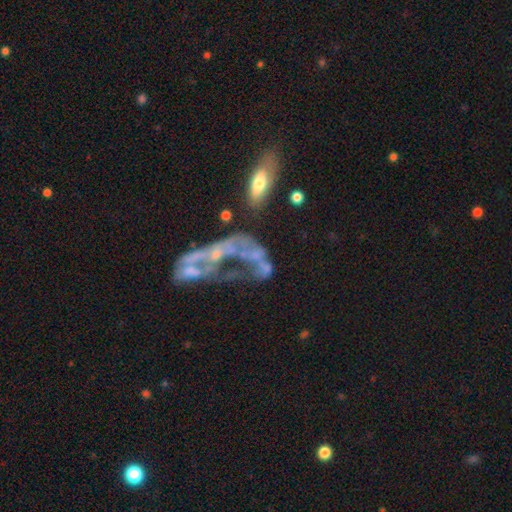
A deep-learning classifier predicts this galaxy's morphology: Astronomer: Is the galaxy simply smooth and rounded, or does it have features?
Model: featured or disk — 53% (runner-up: smooth, 30%).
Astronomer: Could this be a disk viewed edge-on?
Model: no — 93%.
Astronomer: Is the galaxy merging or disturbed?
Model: merger — 51% (runner-up: major disturbance, 28%).